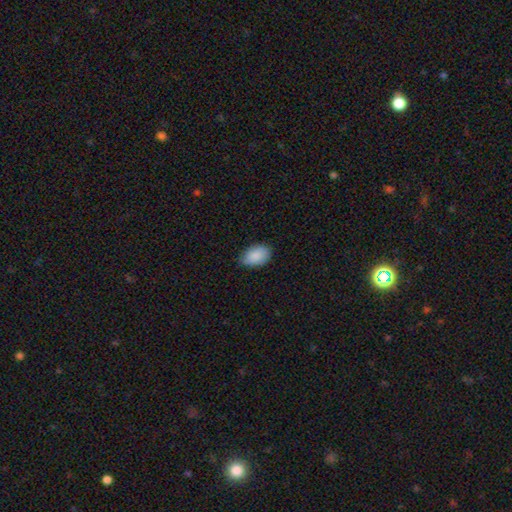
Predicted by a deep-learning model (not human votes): Morphology: type=smooth (87%); roundness=in between (87%); merging=none (67%).